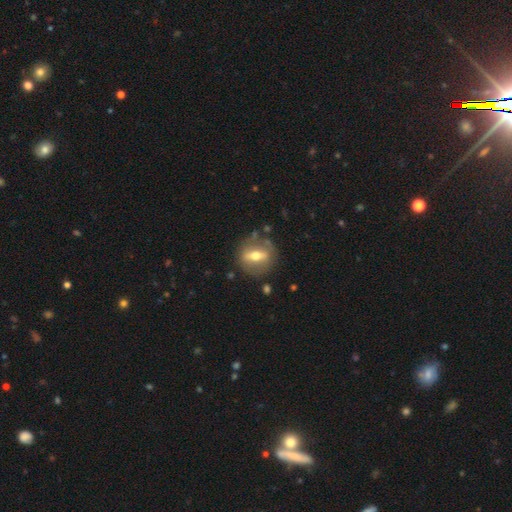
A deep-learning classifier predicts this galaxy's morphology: smooth-or-featured: featured or disk: 61% | smooth: 31% | star or artifact: 8%
  disk-edge-on: no: 60% | yes: 40%
  merging: none: 80% | minor disturbance: 12% | major disturbance: 6% | merger: 3%